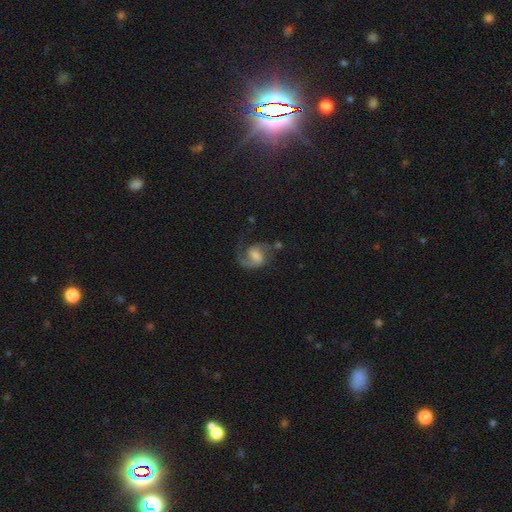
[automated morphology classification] smooth-or-featured: featured or disk: 80% | smooth: 13% | star or artifact: 7%
  disk-edge-on: no: 98% | yes: 2%
    bar: weak: 48% | no: 41% | strong: 12%
    has-spiral-arms: yes: 96% | no: 4%
      spiral-winding: medium: 52% | loose: 32% | tight: 16%
      spiral-arm-count: 2: 74% | 1: 19% | can't tell: 3% | 3: 1% | 4: 1% | more than 4: 1%
    bulge-size: moderate: 41% | small: 28% | large: 15% | none: 14% | dominant: 2%
  merging: none: 61% | minor disturbance: 19% | major disturbance: 17% | merger: 4%